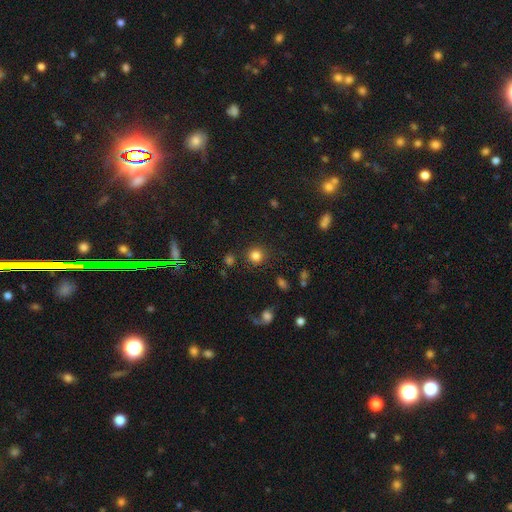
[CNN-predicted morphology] A smooth galaxy with no disk features (82%) that is round (92%).

Vote fractions:
- Smooth or featured? smooth: 82% / star or artifact: 13% / featured or disk: 5%
- How rounded? round: 92% / in between: 7% / cigar-shaped: 1%
- Merging? none: 87% / minor disturbance: 7% / major disturbance: 3% / merger: 3%